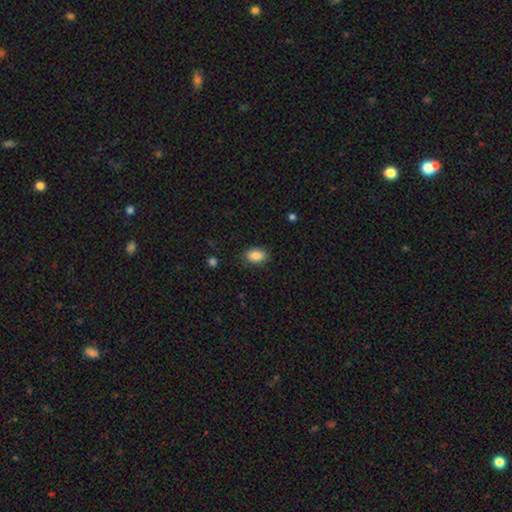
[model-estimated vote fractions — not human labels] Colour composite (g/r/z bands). It shows a smooth galaxy with no disk features (87%) that is in between round and cigar-shaped (86%). Merging: none (85%).